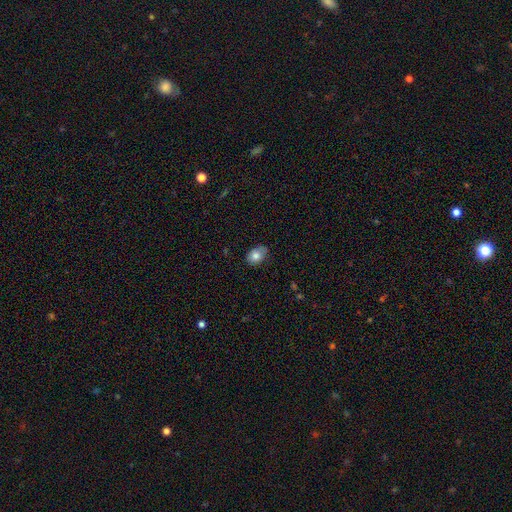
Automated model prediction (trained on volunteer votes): Morphology: type=smooth (79%); roundness=in between (79%); merging=none (68%).